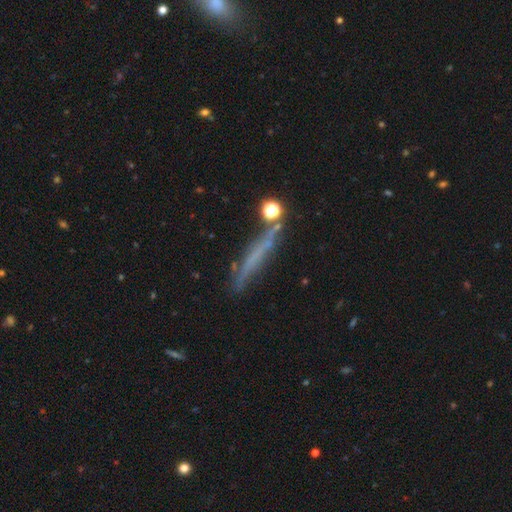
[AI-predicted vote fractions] A featured or disk galaxy (44%).

Vote fractions:
- Smooth or featured? featured or disk: 44% / smooth: 42% / star or artifact: 14%
- Merging? none: 68% / minor disturbance: 18% / merger: 7% / major disturbance: 7%